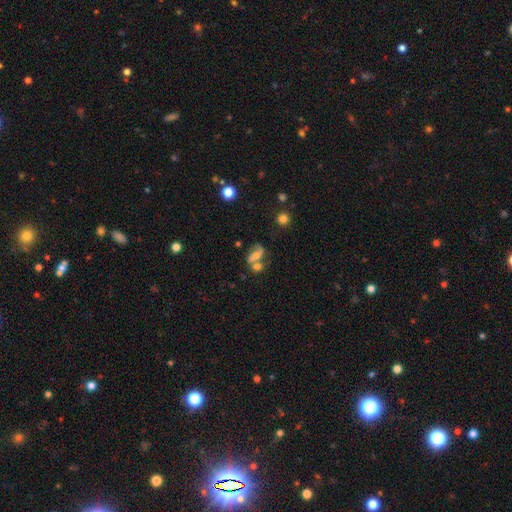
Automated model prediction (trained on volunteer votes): The model was most divided on "merging": merger: 39%, none: 38%, minor disturbance: 13%, major disturbance: 10%. Remaining: edge-on disk — no (92%); spiral arms — yes (75%); smooth or featured — featured or disk (56%); bulge size — moderate (52%); bar — no (38%).